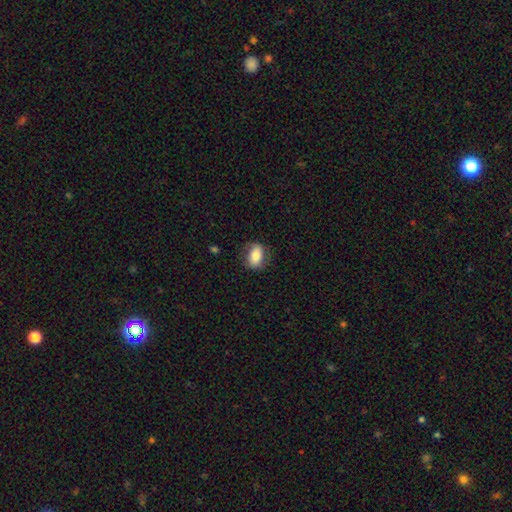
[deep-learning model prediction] Smooth or featured? smooth (78%)
How rounded? in between (79%)
Merging? none (76%)